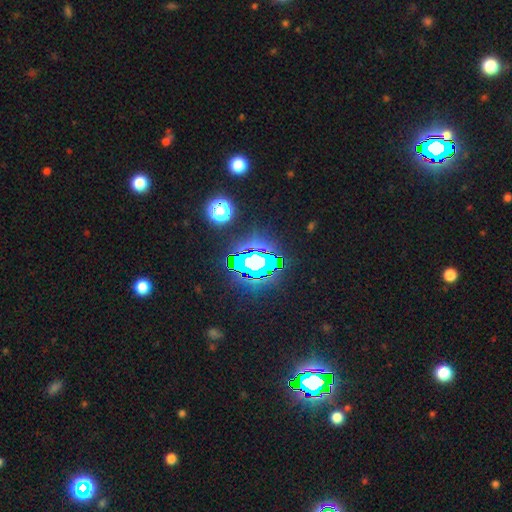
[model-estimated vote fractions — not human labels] A star or artifact, not a galaxy (74%).

Vote fractions:
- Smooth or featured? star or artifact: 74% / smooth: 15% / featured or disk: 11%